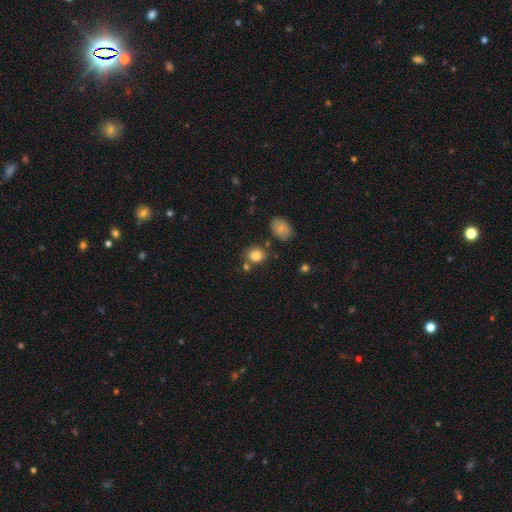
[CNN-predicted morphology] Smooth or featured? smooth (84%)
How rounded? round (70%)
Merging? none (70%)